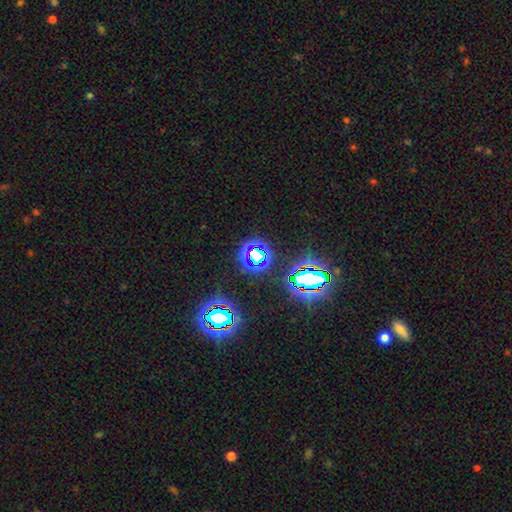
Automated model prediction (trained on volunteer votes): Morphology: type=star or artifact (64%).